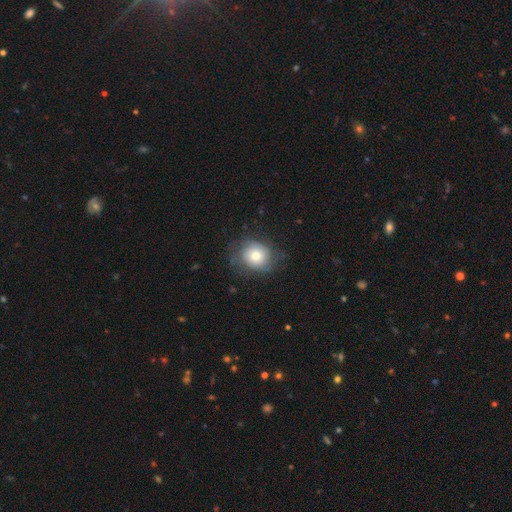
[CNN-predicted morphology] Smooth or featured? smooth (67%)
How rounded? round (75%)
Merging? none (69%)